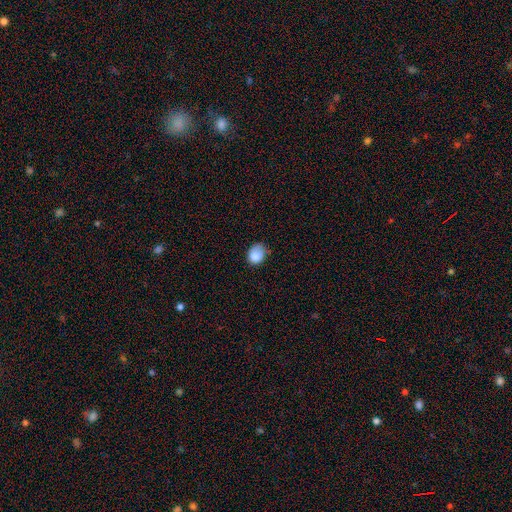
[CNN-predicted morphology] The model was most divided on "how rounded": in between: 51%, round: 48%, cigar-shaped: 1%. More confident: smooth or featured — smooth (85%); merging — none (51%).